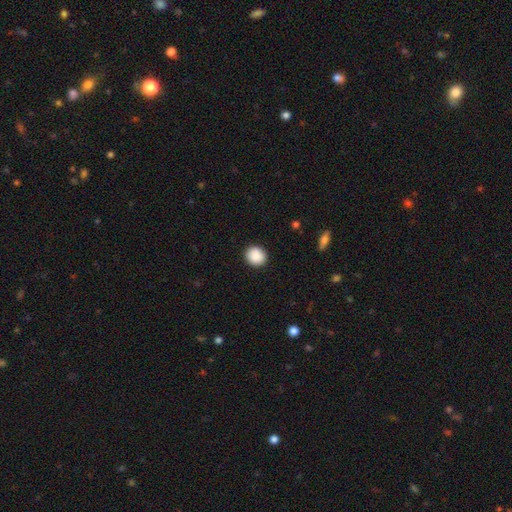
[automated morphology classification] This appears to be a smooth galaxy with no disk features (90%) that is round (83%). Merging: none (91%).